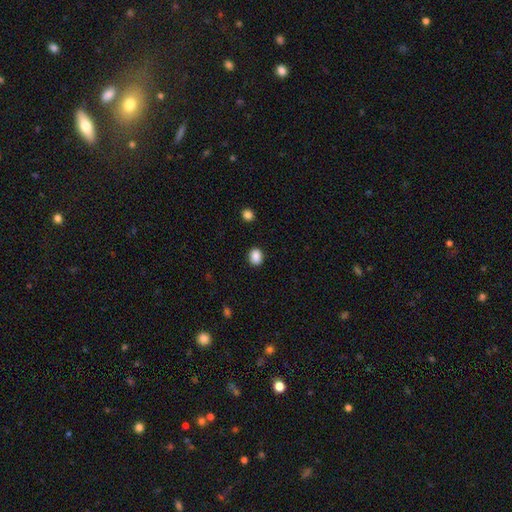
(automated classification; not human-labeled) A smooth galaxy with no disk features (88%) that is round (53%). Merging: none (89%).